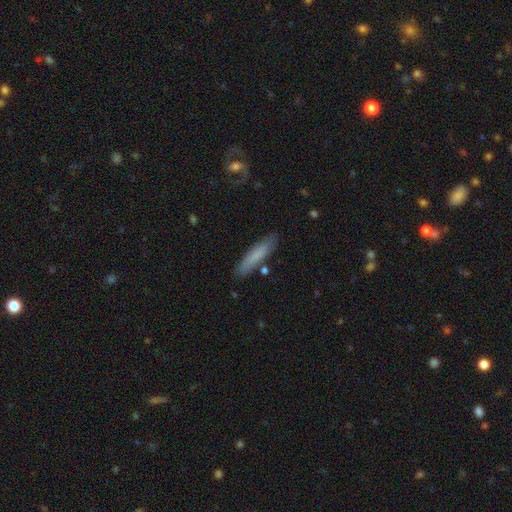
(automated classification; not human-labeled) Morphology: type=smooth (76%); roundness=cigar-shaped (83%); merging=none (82%).